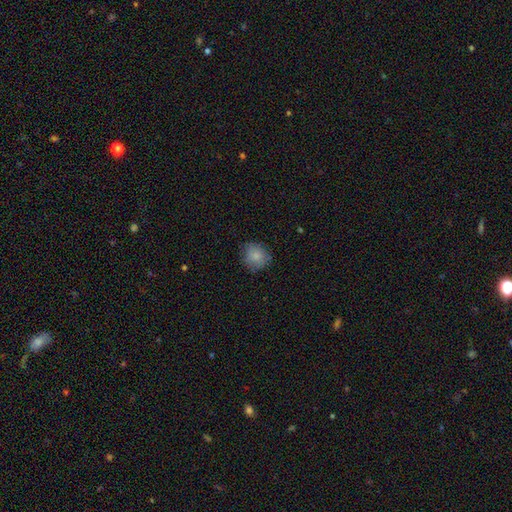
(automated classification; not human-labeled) Smooth or featured?
  - smooth: 84% *
  - star or artifact: 9%
  - featured or disk: 8%
How rounded?
  - round: 83% *
  - in between: 16%
  - cigar-shaped: 1%
Merging?
  - none: 76% *
  - minor disturbance: 18%
  - major disturbance: 4%
  - merger: 1%